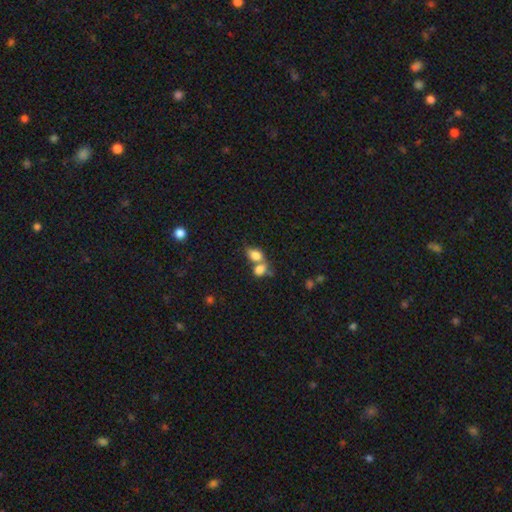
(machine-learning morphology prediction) Smooth or featured? Predicted: smooth (p=0.80). How rounded? Predicted: in between (p=0.77). Merging? Predicted: merger (p=0.62).